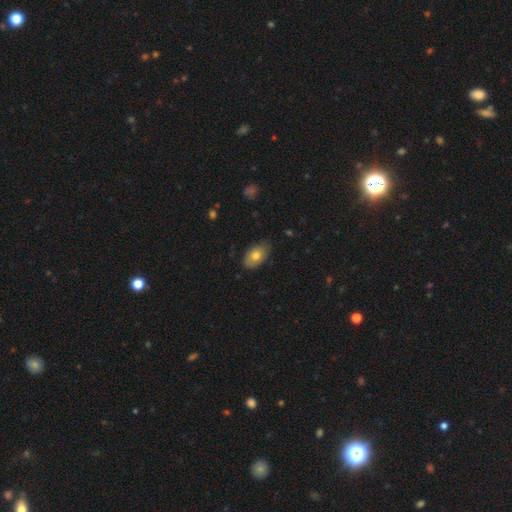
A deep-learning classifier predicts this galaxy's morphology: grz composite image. It shows a smooth galaxy with no disk features (73%) that is in between round and cigar-shaped (91%). Merging: none (76%).